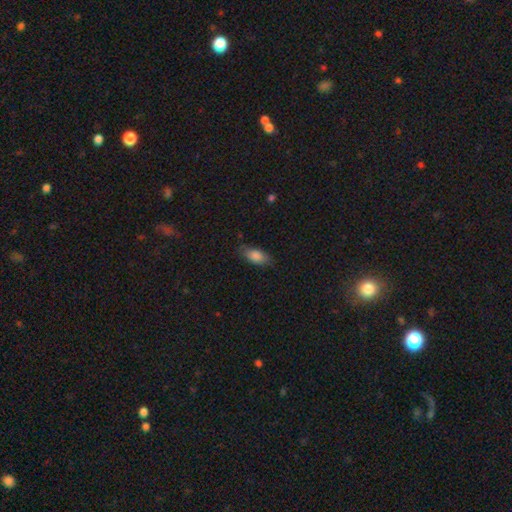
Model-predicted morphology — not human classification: type=smooth (84%); roundness=in between (86%); merging=none (77%).